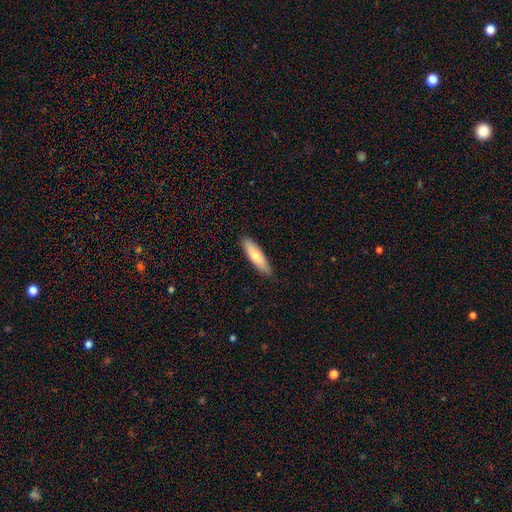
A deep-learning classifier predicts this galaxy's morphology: Smooth or featured: smooth — 72% (featured or disk — 22%)
How rounded: cigar-shaped — 66% (in between — 33%)
Merging: none — 86% (minor disturbance — 12%)